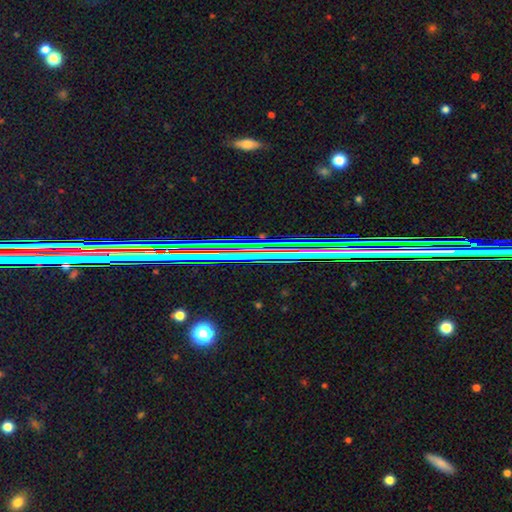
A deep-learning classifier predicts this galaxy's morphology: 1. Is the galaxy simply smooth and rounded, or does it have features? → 78% star or artifact, 13% featured or disk, 9% smooth.